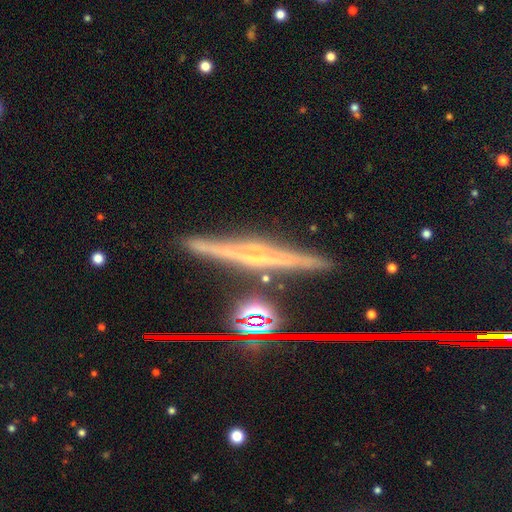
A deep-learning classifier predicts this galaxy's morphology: This appears to be a featured or disk galaxy (72%) viewed edge-on (97%) with a rounded central bulge (47%). Merging: none (86%).